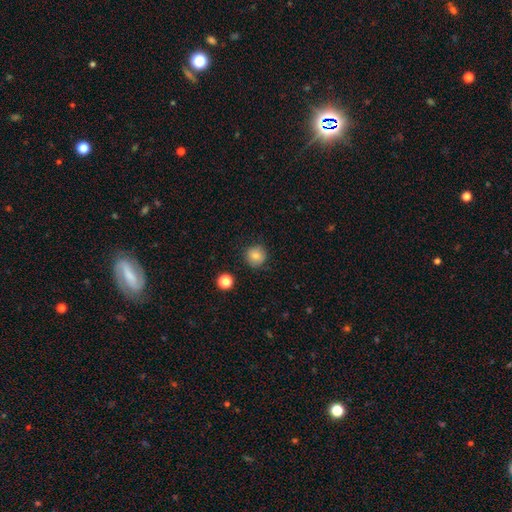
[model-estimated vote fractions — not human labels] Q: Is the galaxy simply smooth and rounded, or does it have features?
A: smooth — 84%.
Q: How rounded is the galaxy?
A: round — 94%.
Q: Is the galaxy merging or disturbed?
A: none — 88%.